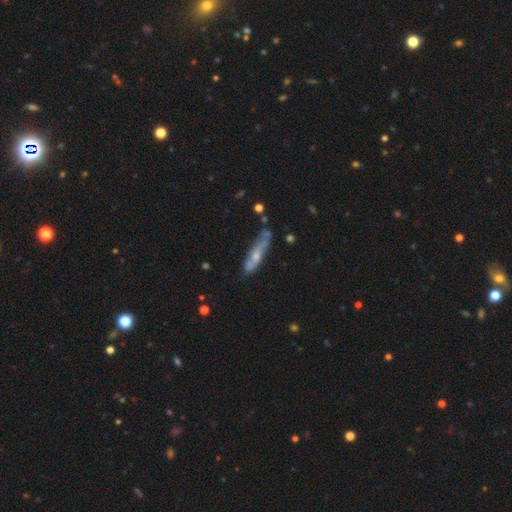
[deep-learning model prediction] Overall: featured or disk (53%; smooth 40%). Edge-on disk: no (52%; yes 48%). Merging: none (57%; minor disturbance 27%).